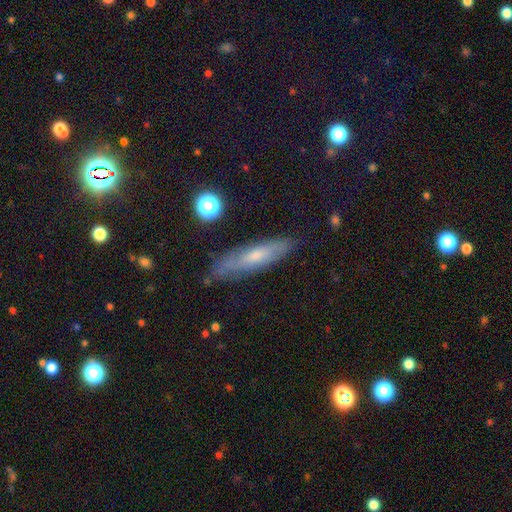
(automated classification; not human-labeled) Q: Smooth or featured?
A: smooth (45%); runner-up: featured or disk (42%)
Q: Merging?
A: none (79%); runner-up: minor disturbance (16%)